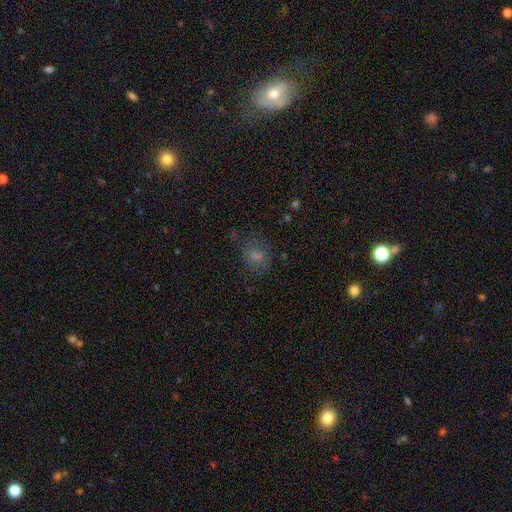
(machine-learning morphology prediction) This appears to be a smooth galaxy with no disk features (73%) that is round (58%). Merging: none (70%).